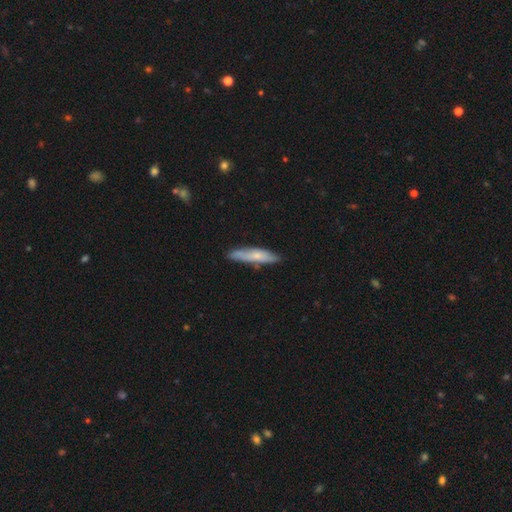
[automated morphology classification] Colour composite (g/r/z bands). It shows a smooth galaxy with no disk features (64%) that is cigar-shaped (85%). Merging: none (79%).